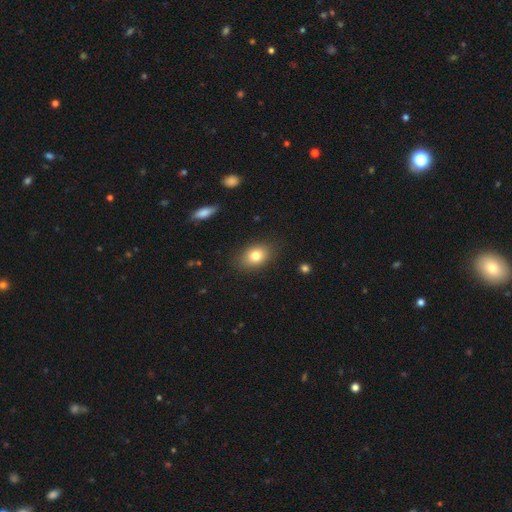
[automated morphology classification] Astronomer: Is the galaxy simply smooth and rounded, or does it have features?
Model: smooth — 79%.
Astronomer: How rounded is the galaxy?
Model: in between — 76%.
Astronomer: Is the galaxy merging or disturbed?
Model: none — 84%.